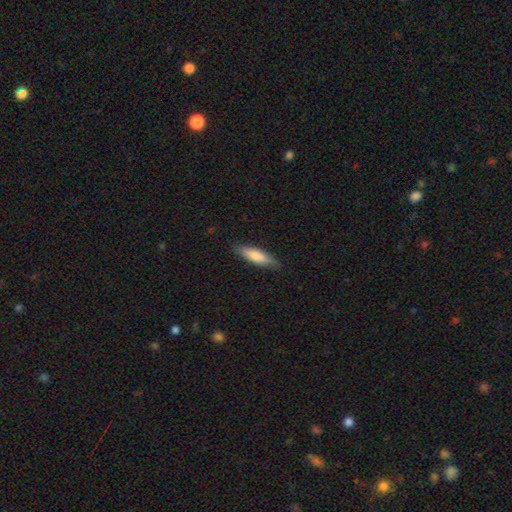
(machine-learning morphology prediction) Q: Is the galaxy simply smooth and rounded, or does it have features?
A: smooth — 78%.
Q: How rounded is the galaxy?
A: cigar-shaped — 62%.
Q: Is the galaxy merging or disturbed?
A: none — 86%.